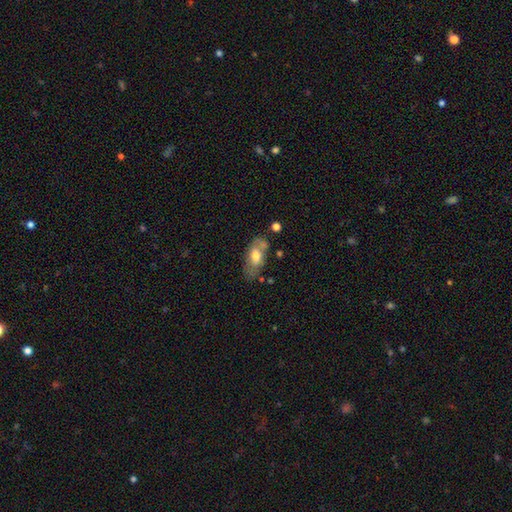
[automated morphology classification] Smooth or featured?
  - smooth: 58% *
  - featured or disk: 35%
  - star or artifact: 7%
How rounded?
  - in between: 88% *
  - cigar-shaped: 7%
  - round: 5%
Merging?
  - none: 52% *
  - minor disturbance: 26%
  - major disturbance: 11%
  - merger: 11%